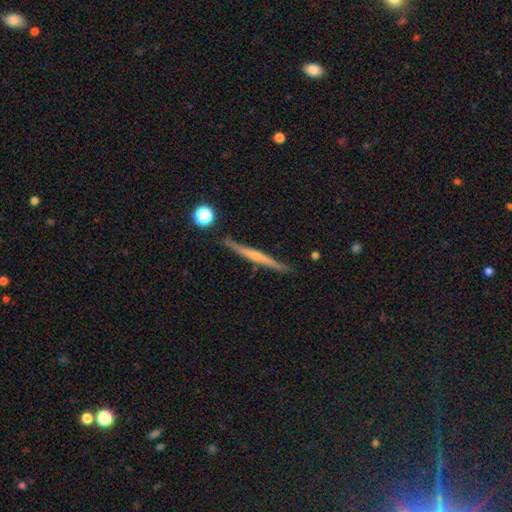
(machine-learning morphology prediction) featured or disk 67%, smooth 26%, star or artifact 7%. Down the decision tree: edge-on disk — yes (97%); edge-on bulge — rounded (59%); merging — none (86%).